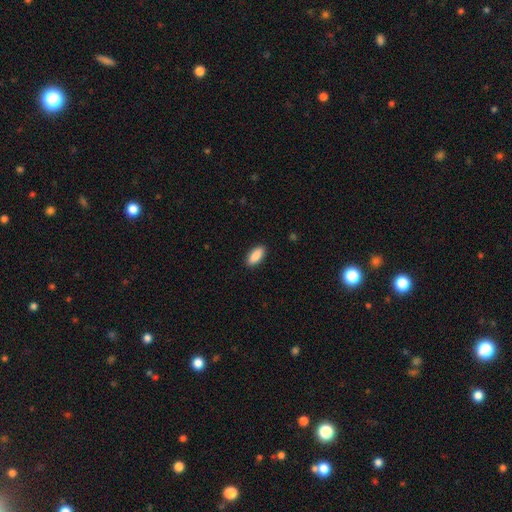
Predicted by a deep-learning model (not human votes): smooth-or-featured: smooth: 89% | star or artifact: 6% | featured or disk: 5%
  how-rounded: in between: 83% | cigar-shaped: 15% | round: 2%
  merging: none: 90% | minor disturbance: 8% | major disturbance: 2% | merger: 1%